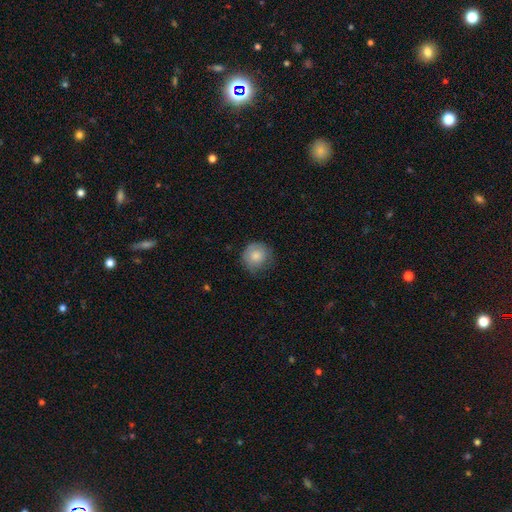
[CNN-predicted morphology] smooth_or_featured: smooth (p=0.81) [alt: featured or disk p=0.11]
how_rounded: round (p=0.90) [alt: in between p=0.09]
merging: none (p=0.67) [alt: minor disturbance p=0.25]